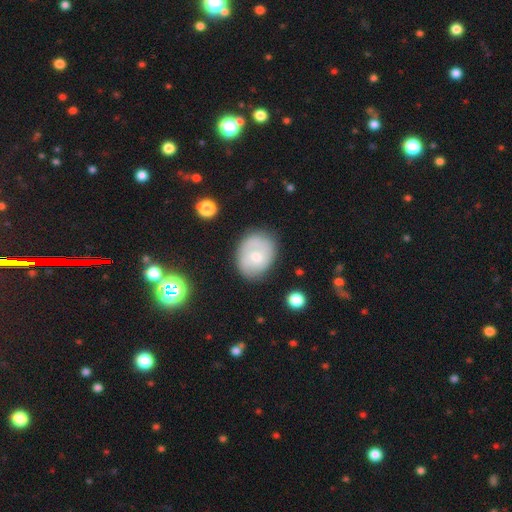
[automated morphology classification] A smooth galaxy with no disk features (48%).

Vote fractions:
- Smooth or featured? smooth: 48% / featured or disk: 44% / star or artifact: 8%
- Merging? none: 71% / minor disturbance: 20% / major disturbance: 6% / merger: 3%